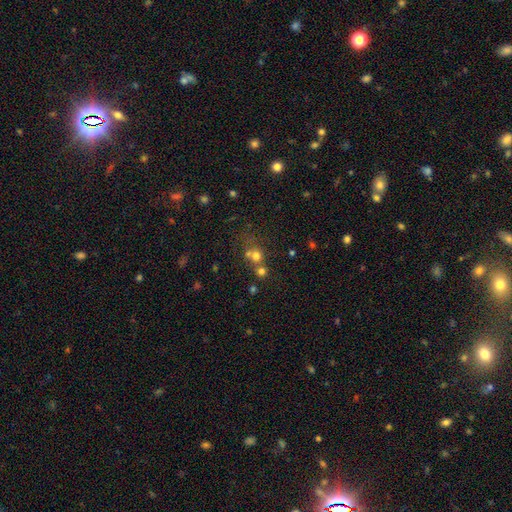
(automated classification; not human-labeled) smooth 66%, star or artifact 21%, featured or disk 13%. Down the decision tree: how rounded — round (86%); merging — none (48%).